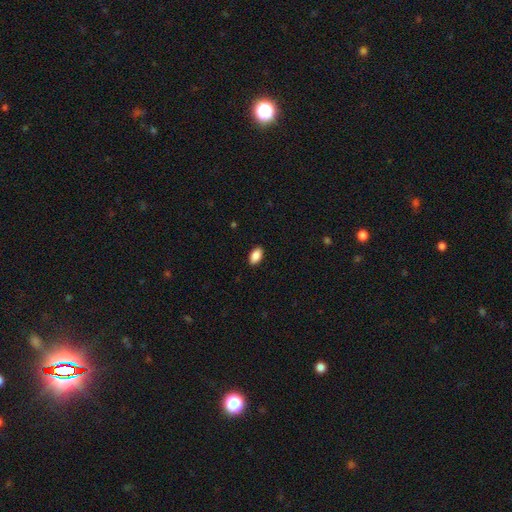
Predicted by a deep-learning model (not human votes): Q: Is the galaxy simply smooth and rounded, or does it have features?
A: smooth — 89%.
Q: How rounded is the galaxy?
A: in between — 93%.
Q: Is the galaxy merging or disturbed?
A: none — 89%.